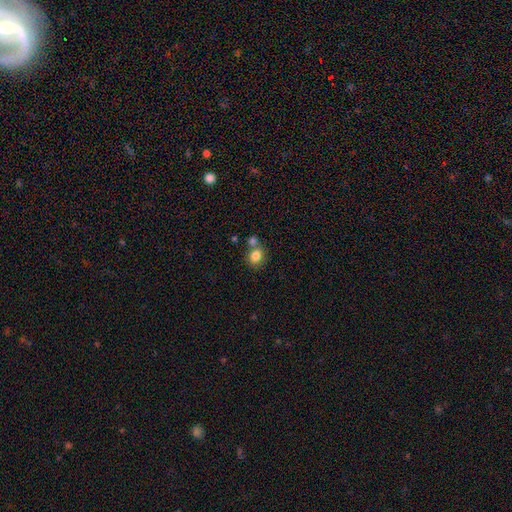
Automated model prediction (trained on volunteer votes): Overall: smooth (82%). How rounded: round (59%; in between 40%). Merging: none (53%; merger 32%).